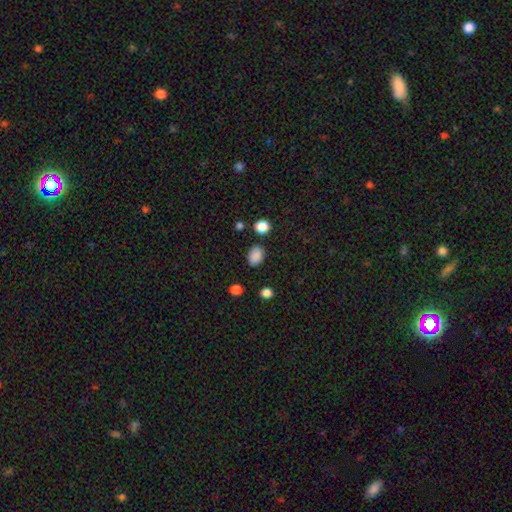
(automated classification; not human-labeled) Overall: smooth (87%). How rounded: in between (75%). Merging: none (81%).